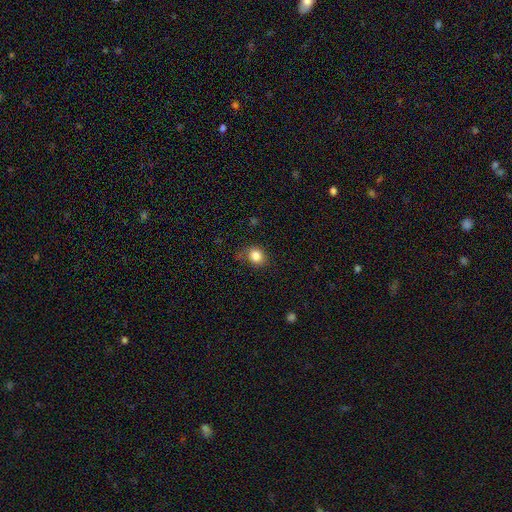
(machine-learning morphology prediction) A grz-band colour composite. It shows a smooth galaxy with no disk features (84%) that is round (66%). Merging: none (74%).